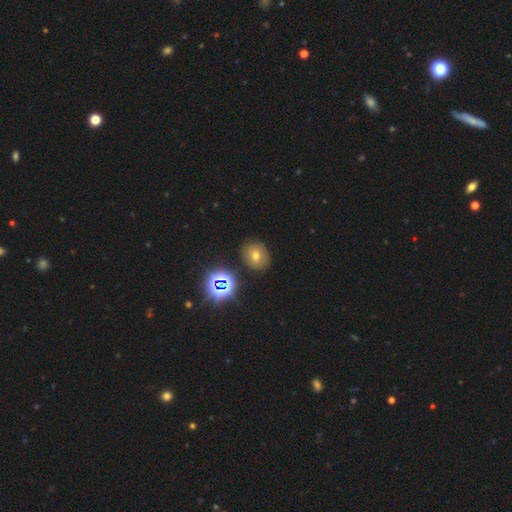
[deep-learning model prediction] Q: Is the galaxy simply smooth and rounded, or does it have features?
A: smooth — 54%.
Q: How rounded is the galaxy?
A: round — 62%.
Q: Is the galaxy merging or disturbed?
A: none — 83%.